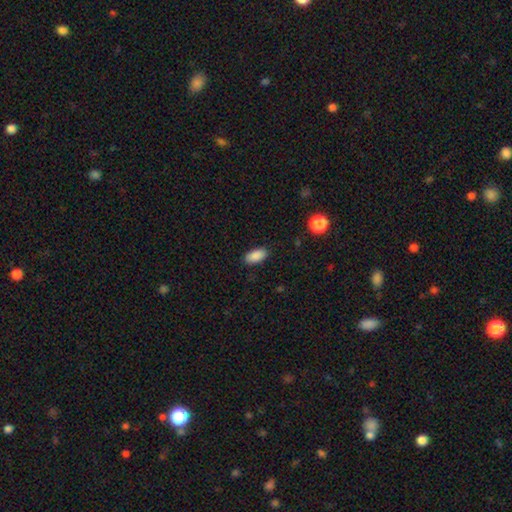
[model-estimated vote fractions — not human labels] smooth-or-featured: smooth: 89% | star or artifact: 8% | featured or disk: 4%
  how-rounded: in between: 93% | cigar-shaped: 5% | round: 3%
  merging: none: 87% | minor disturbance: 9% | major disturbance: 2% | merger: 1%